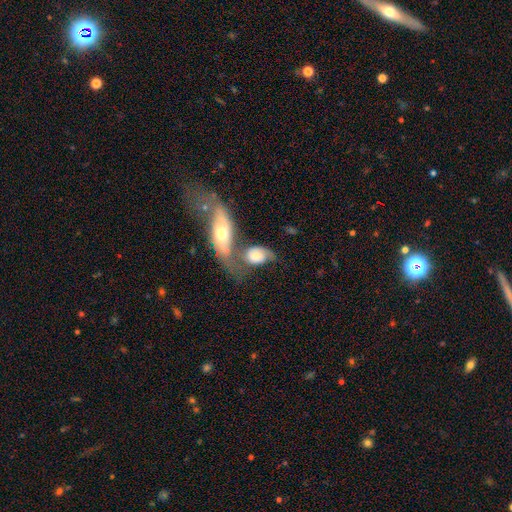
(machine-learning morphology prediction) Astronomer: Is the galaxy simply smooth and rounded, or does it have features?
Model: smooth — 49% (runner-up: featured or disk, 44%).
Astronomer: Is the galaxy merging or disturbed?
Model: merger — 55%.